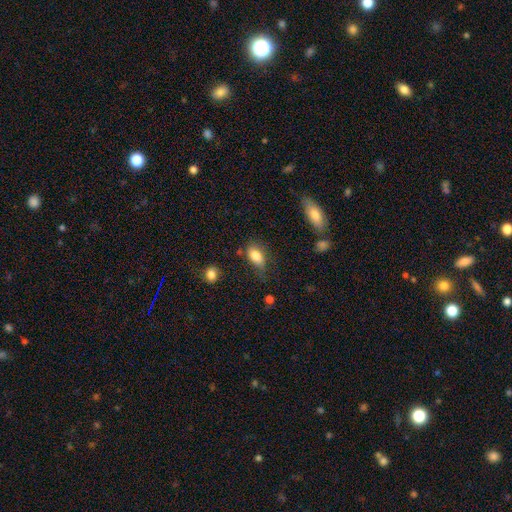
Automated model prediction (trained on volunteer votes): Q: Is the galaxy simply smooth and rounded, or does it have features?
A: smooth — 82%.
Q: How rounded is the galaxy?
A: in between — 88%.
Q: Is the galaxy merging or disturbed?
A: none — 60%.